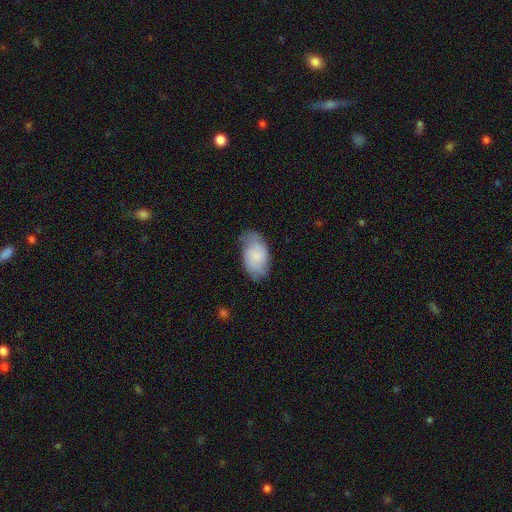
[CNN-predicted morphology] Smooth or featured: smooth — 68% (featured or disk — 25%)
How rounded: in between — 94% (round — 5%)
Merging: none — 59% (minor disturbance — 31%)